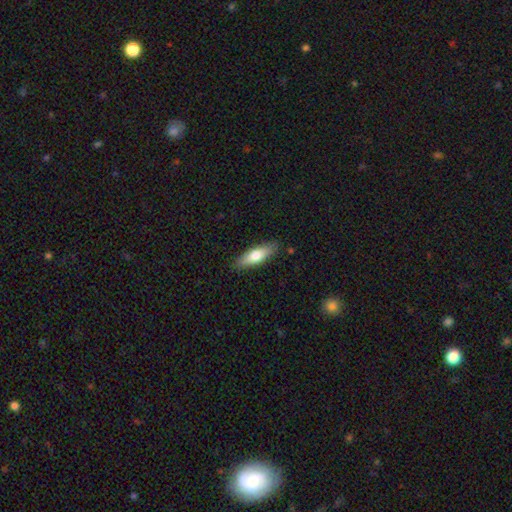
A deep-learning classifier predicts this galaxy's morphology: Smooth or featured: smooth — 69% (featured or disk — 26%)
How rounded: cigar-shaped — 52% (in between — 46%)
Merging: none — 86% (minor disturbance — 10%)